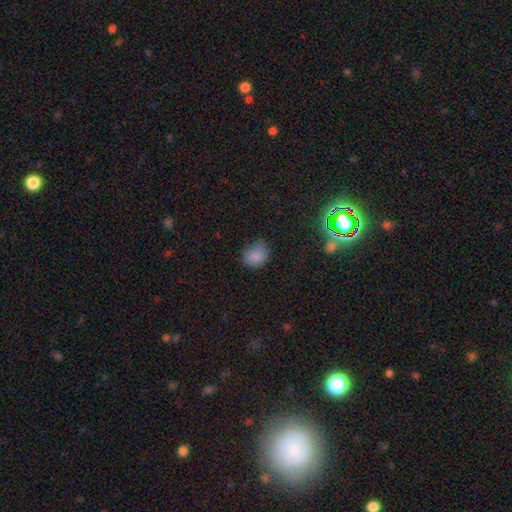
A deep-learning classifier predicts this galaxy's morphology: type=smooth (82%); roundness=round (64%); merging=none (63%).